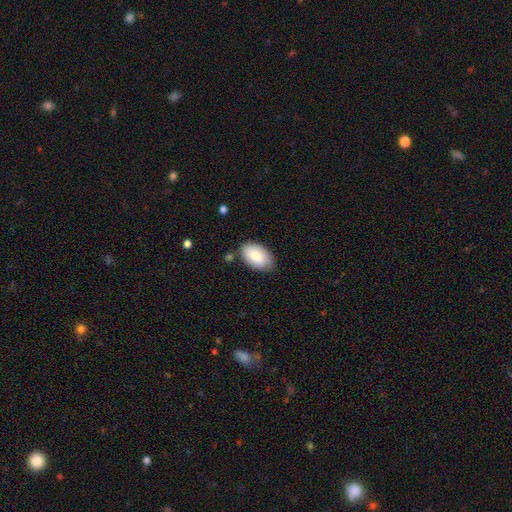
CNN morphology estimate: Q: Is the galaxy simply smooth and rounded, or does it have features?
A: smooth — 85%.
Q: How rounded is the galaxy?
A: in between — 94%.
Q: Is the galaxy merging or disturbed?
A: none — 77%.